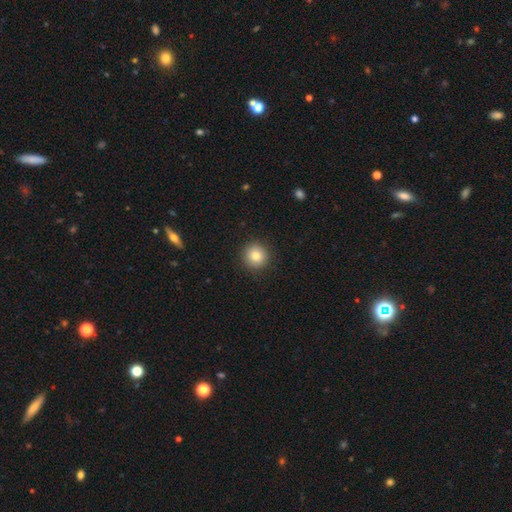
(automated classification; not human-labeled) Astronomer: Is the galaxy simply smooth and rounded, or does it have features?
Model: smooth — 83%.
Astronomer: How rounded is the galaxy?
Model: round — 94%.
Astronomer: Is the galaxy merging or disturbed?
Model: none — 91%.